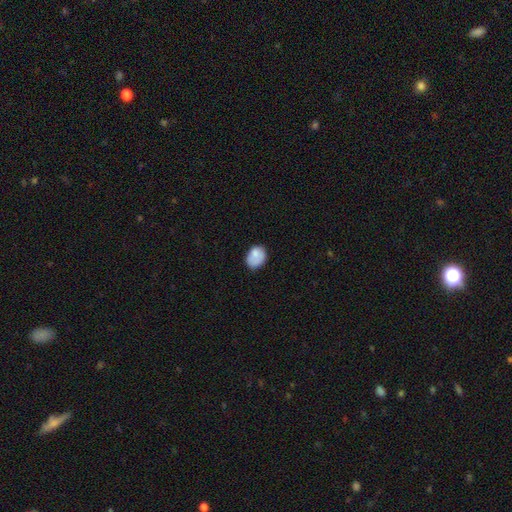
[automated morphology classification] The model was most divided on "merging": none: 59%, minor disturbance: 29%, major disturbance: 8%, merger: 5%. More confident: smooth or featured — smooth (79%); how rounded — in between (65%).